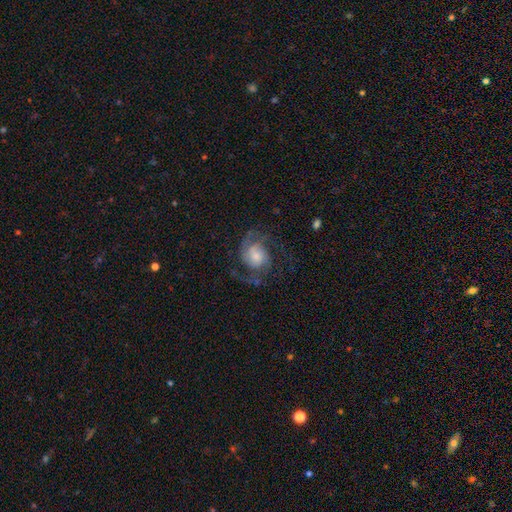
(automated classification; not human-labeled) Morphology: type=featured or disk (80%); edge-on=no (98%); bar=no (60%); spiral arms=yes (96%); winding=medium (52%); arm count=2 (76%); bulge=moderate (32%); merging=none (64%).